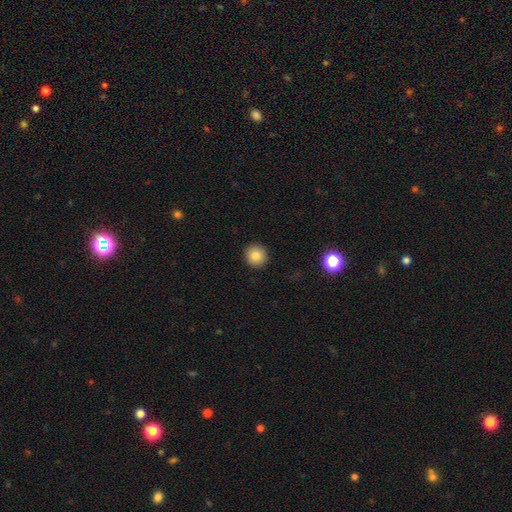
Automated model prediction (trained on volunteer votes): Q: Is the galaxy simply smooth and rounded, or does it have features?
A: smooth — 84%.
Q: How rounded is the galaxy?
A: round — 92%.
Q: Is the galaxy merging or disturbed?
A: none — 92%.